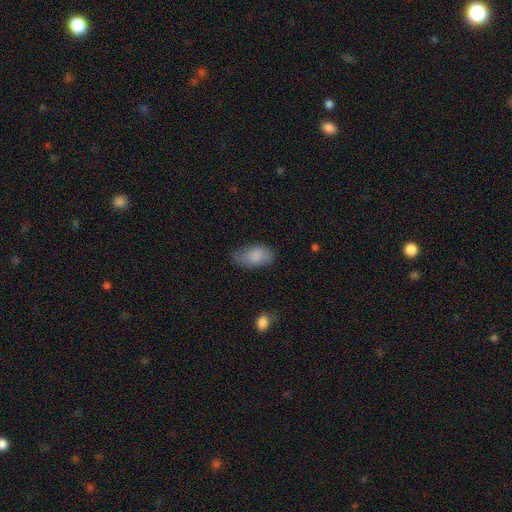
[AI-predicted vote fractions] Smooth or featured? Predicted: smooth (p=0.84). How rounded? Predicted: in between (p=0.94). Merging? Predicted: none (p=0.63).